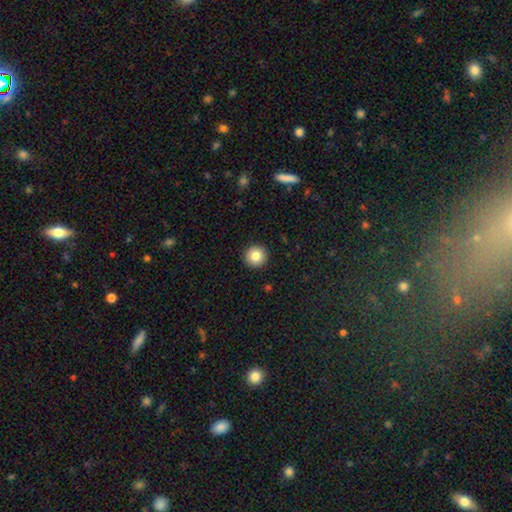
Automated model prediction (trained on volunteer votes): smooth-or-featured: smooth: 83% | star or artifact: 10% | featured or disk: 7%
  how-rounded: round: 96% | in between: 3% | cigar-shaped: 1%
  merging: none: 93% | minor disturbance: 5% | major disturbance: 2% | merger: 1%